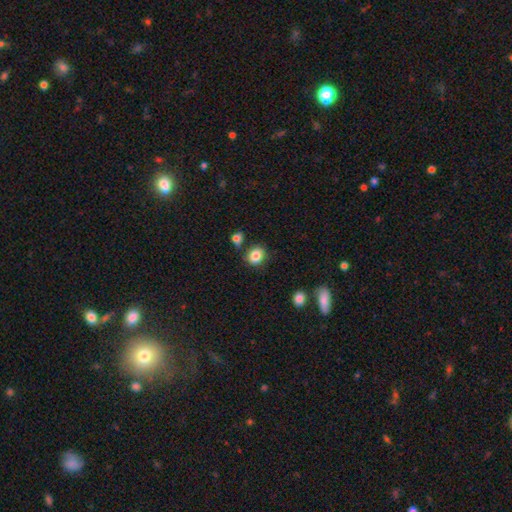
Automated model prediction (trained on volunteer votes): smooth-or-featured: smooth: 84% | star or artifact: 10% | featured or disk: 6%
  how-rounded: round: 61% | in between: 38% | cigar-shaped: 1%
  merging: none: 75% | minor disturbance: 14% | merger: 7% | major disturbance: 3%